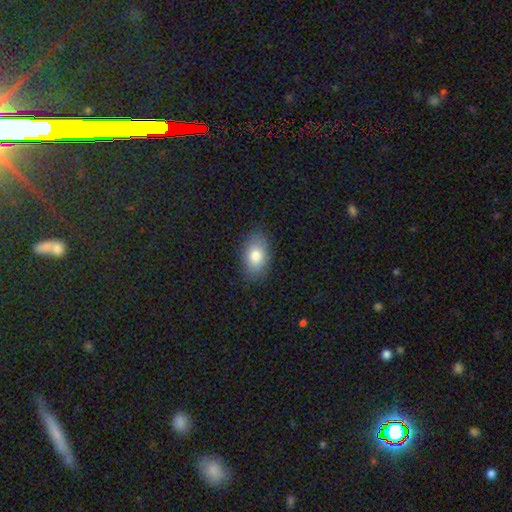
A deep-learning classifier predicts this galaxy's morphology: A smooth galaxy with no disk features (79%) that is in between round and cigar-shaped (89%). Merging: none (85%).